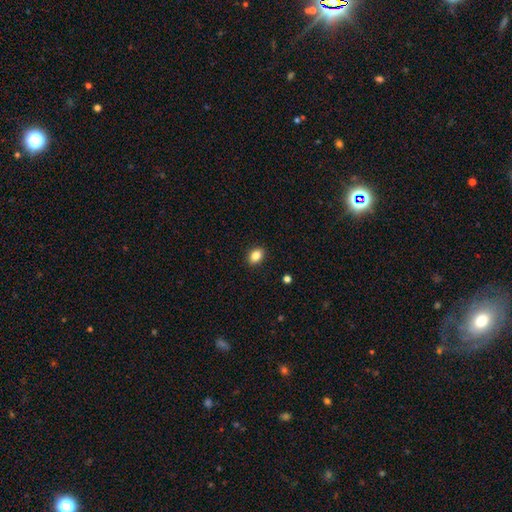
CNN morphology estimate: The model was most divided on "how rounded": in between: 75%, round: 24%, cigar-shaped: 1%. More confident: merging — none (90%); smooth or featured — smooth (85%).